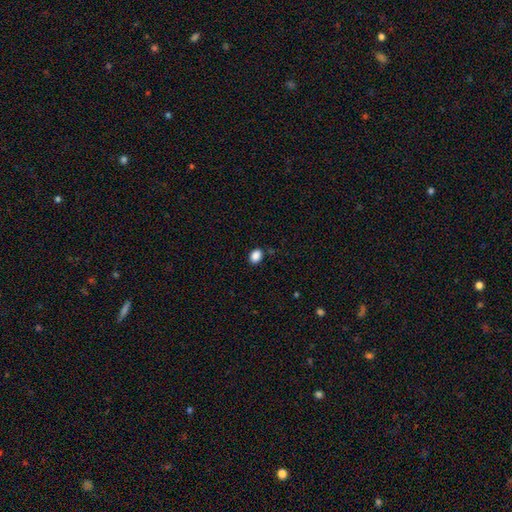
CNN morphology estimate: A smooth galaxy with no disk features (88%) that is in between round and cigar-shaped (75%). Merging: none (86%).